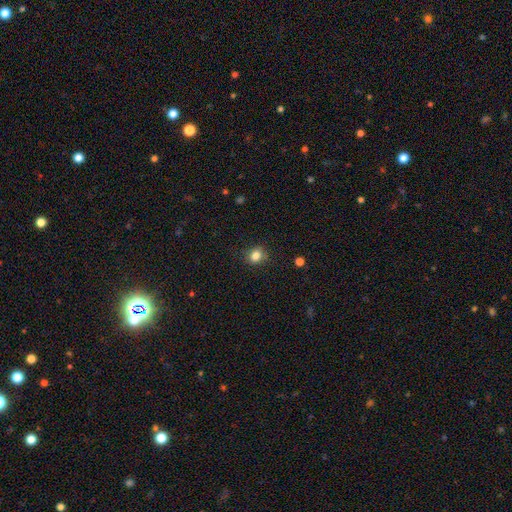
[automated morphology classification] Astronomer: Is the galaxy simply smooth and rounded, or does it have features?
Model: smooth — 83%.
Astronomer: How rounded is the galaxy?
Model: round — 67%.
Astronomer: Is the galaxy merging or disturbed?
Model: none — 85%.